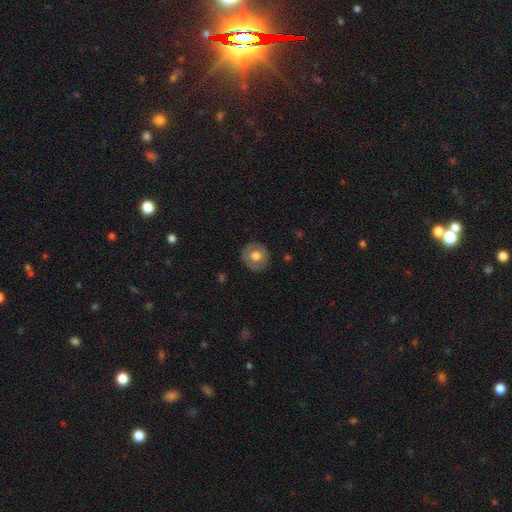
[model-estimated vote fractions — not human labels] Q: Smooth or featured?
A: smooth (62%); runner-up: featured or disk (31%)
Q: How rounded?
A: round (88%); runner-up: in between (11%)
Q: Merging?
A: none (85%); runner-up: minor disturbance (11%)